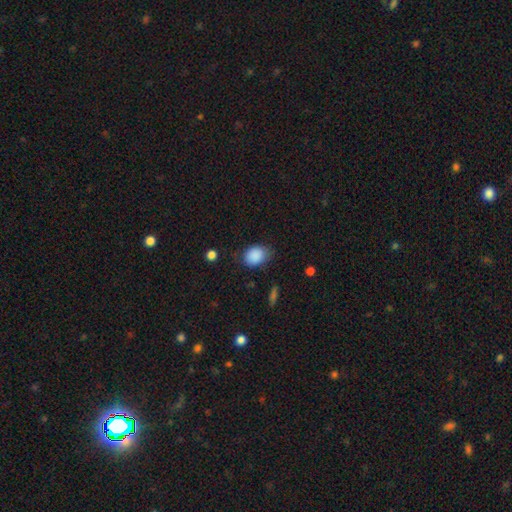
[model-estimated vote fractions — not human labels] This is clearly a smooth galaxy (88%). How rounded: possibly in between (58%). Merging: likely none (71%).